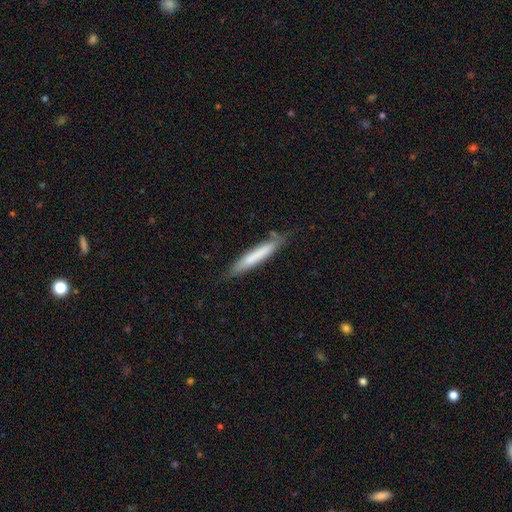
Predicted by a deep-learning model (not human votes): smooth_or_featured: smooth (p=0.68) [alt: featured or disk p=0.26]
how_rounded: cigar-shaped (p=0.94) [alt: in between p=0.05]
merging: none (p=0.78) [alt: minor disturbance p=0.17]